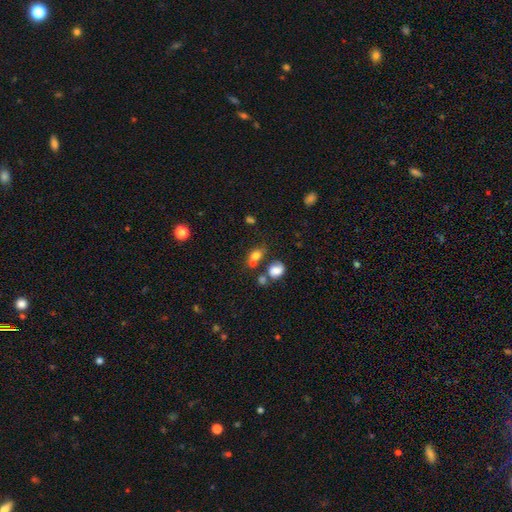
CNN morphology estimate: A smooth galaxy with no disk features (73%) that is round (53%). Merging: none (45%).